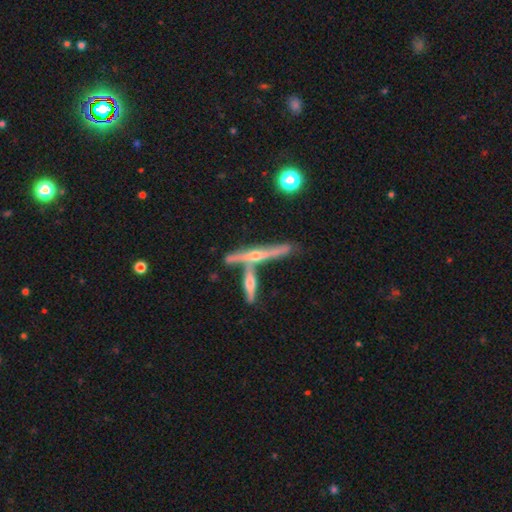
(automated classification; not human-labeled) This appears to be a featured or disk galaxy (76%) viewed edge-on (95%) with a rounded central bulge (84%). Merging: none (57%).